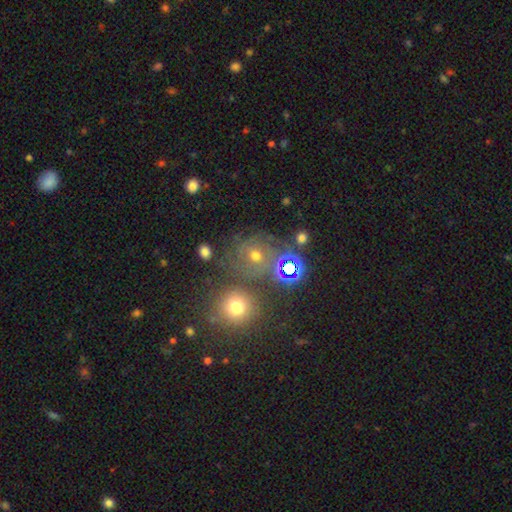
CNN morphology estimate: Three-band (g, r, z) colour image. It shows a smooth galaxy with no disk features (38%). Merging: none (61%).